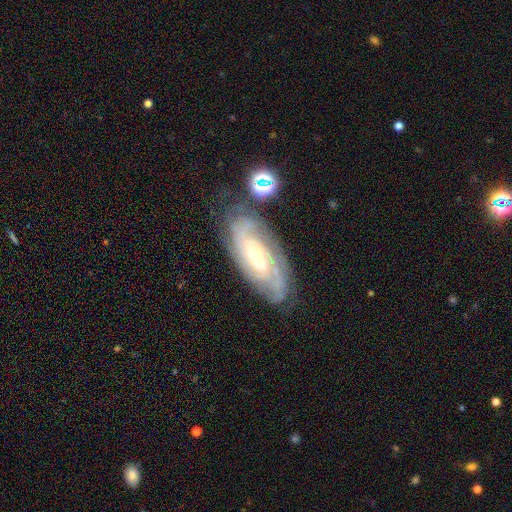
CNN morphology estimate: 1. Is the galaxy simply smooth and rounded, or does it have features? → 84% featured or disk, 9% smooth, 6% star or artifact.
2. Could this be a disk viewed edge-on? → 92% no, 8% yes.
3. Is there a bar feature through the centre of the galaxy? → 47% weak, 29% no, 24% strong.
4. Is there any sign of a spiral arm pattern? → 96% yes, 4% no.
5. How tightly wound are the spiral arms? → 70% tight, 25% medium, 4% loose.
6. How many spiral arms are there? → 35% can't tell, 20% 3, 20% 2, 15% 4, 6% more than 4, 4% 1.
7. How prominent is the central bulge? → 51% small, 41% moderate, 4% large, 2% none, 1% dominant.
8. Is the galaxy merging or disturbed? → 72% none, 18% minor disturbance, 6% major disturbance, 3% merger.